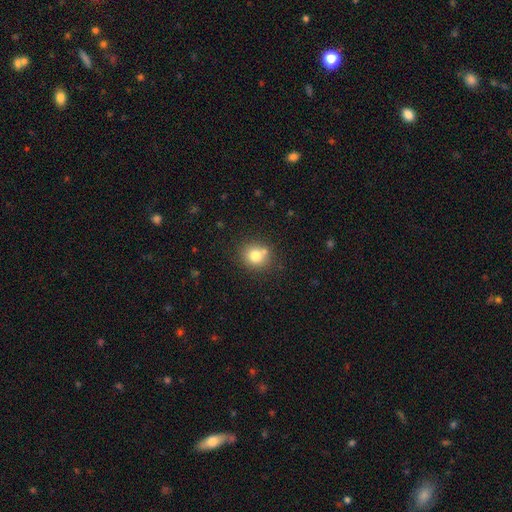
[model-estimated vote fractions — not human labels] smooth-or-featured: smooth: 77% | star or artifact: 12% | featured or disk: 11%
  how-rounded: round: 83% | in between: 16% | cigar-shaped: 1%
  merging: none: 71% | merger: 15% | minor disturbance: 11% | major disturbance: 3%